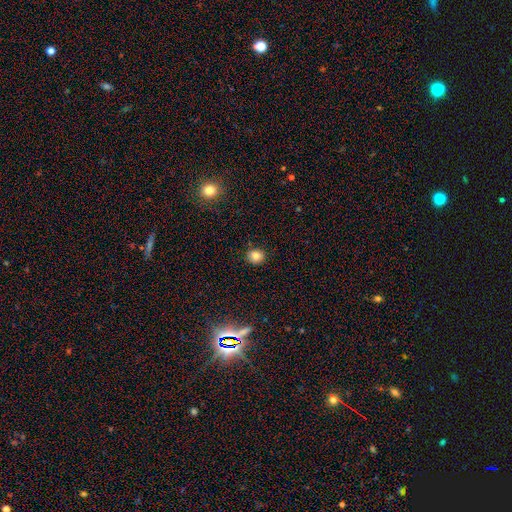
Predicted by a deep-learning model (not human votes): Smooth or featured? Predicted: smooth (p=0.82). How rounded? Predicted: round (p=0.75). Merging? Predicted: none (p=0.88).